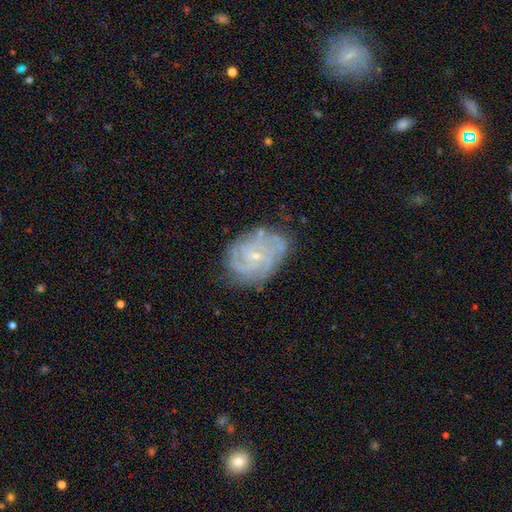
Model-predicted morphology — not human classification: Smooth or featured: featured or disk — 83% (smooth — 9%)
Edge-on disk: no — 97% (yes — 3%)
Bar: no — 58% (weak — 35%)
Spiral arms: yes — 96% (no — 4%)
Spiral winding: tight — 68% (medium — 27%)
Spiral arm count: can't tell — 28% (4 — 23%)
Bulge size: small — 80% (moderate — 15%)
Merging: none — 74% (minor disturbance — 18%)